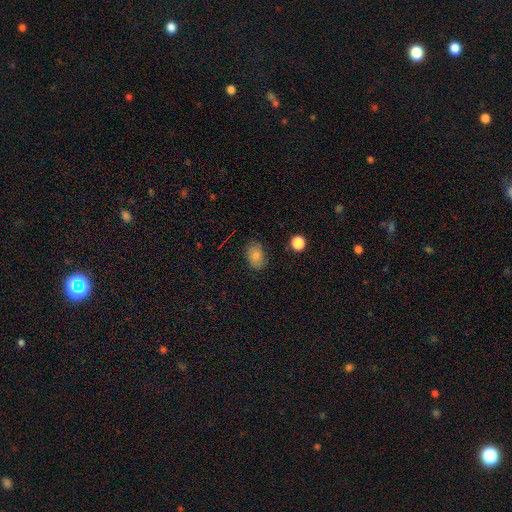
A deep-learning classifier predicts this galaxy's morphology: smooth 82%, star or artifact 10%, featured or disk 8%. Down the decision tree: how rounded — in between (82%); merging — none (83%).